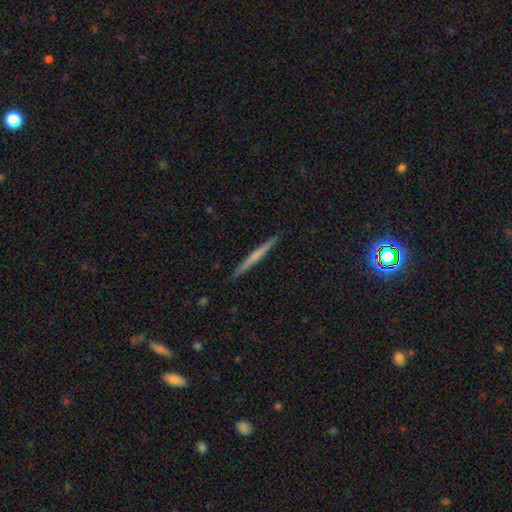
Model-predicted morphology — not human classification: Q: Smooth or featured?
A: featured or disk (48%); runner-up: smooth (47%)
Q: Merging?
A: none (92%); runner-up: minor disturbance (6%)